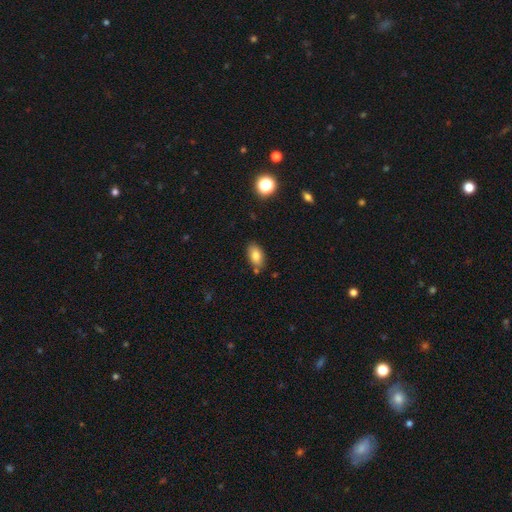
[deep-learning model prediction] Overall: smooth (81%). How rounded: in between (91%). Merging: none (75%).